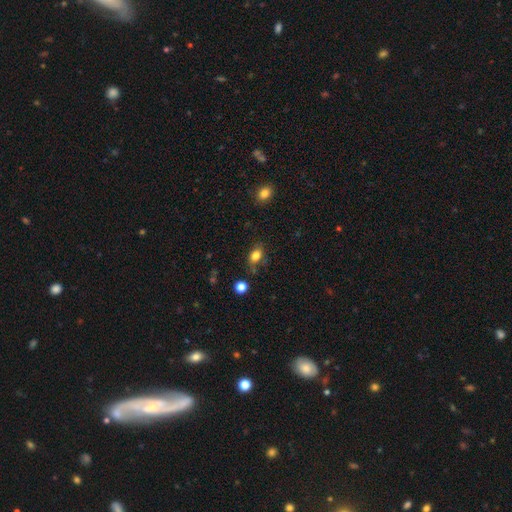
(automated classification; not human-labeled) Smooth or featured? smooth (82%)
How rounded? in between (74%)
Merging? none (73%)